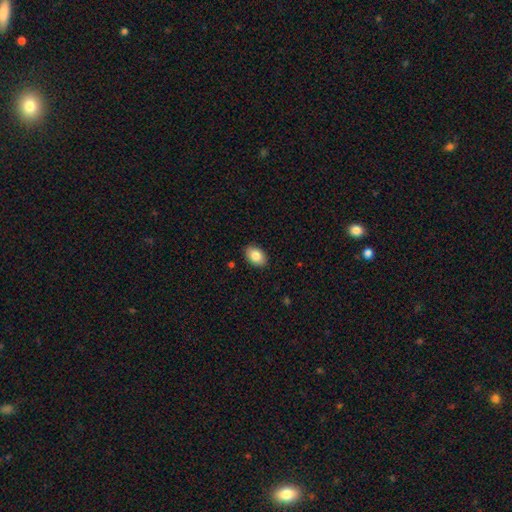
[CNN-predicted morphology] Overall: smooth (86%). How rounded: in between (85%). Merging: none (89%).